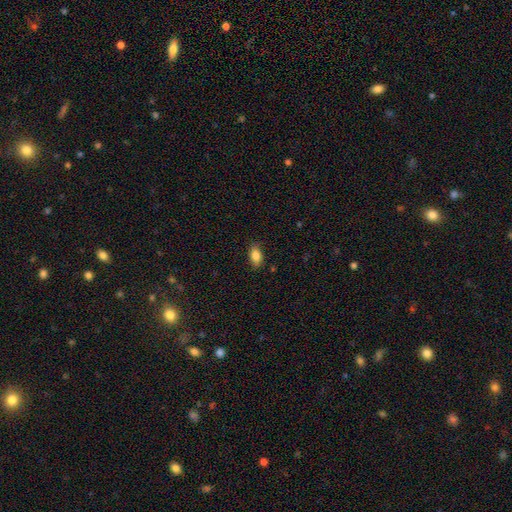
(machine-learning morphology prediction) smooth-or-featured: smooth: 86% | star or artifact: 8% | featured or disk: 6%
  how-rounded: in between: 89% | round: 8% | cigar-shaped: 4%
  merging: none: 83% | minor disturbance: 13% | major disturbance: 3% | merger: 1%